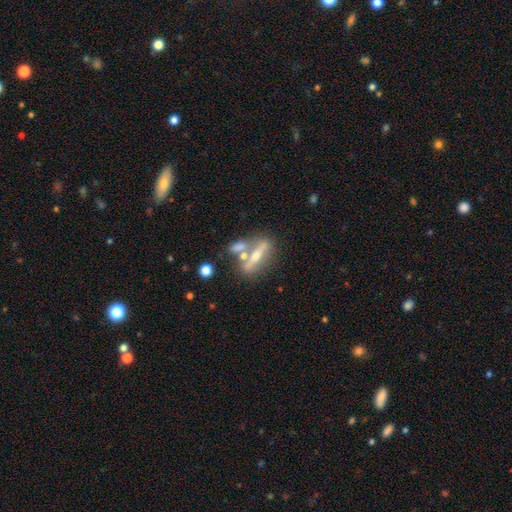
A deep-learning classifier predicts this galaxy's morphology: smooth-or-featured: featured or disk: 66% | smooth: 25% | star or artifact: 9%
  disk-edge-on: yes: 75% | no: 25%
  merging: none: 56% | merger: 27% | minor disturbance: 12% | major disturbance: 6%